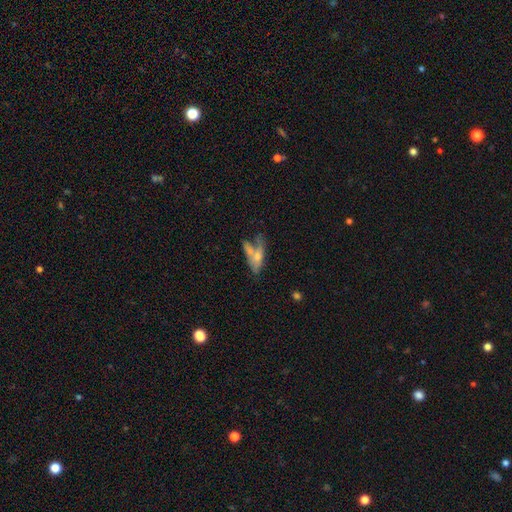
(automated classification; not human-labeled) Smooth or featured? smooth (57%)
How rounded? in between (58%)
Merging? merger (41%)